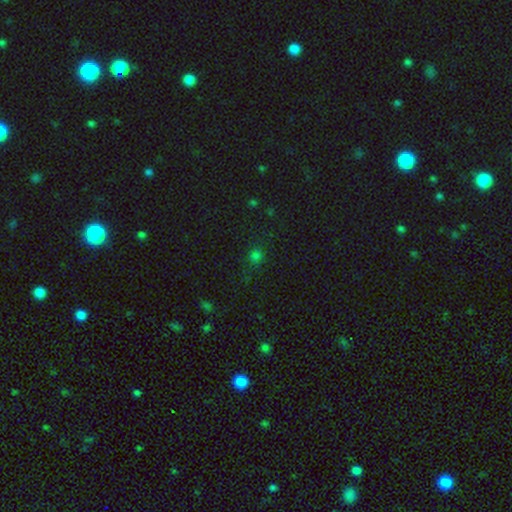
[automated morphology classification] type=smooth (73%); roundness=round (88%); merging=none (85%).